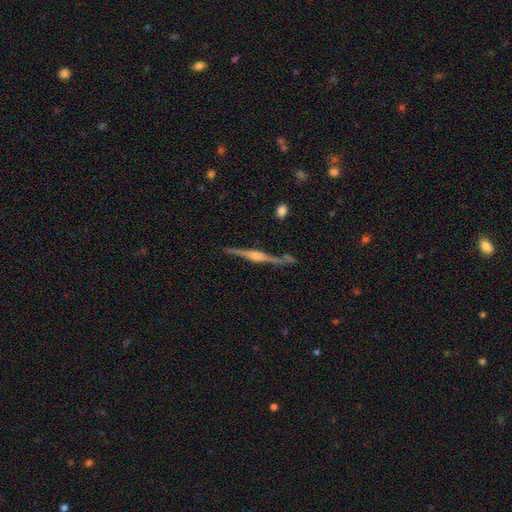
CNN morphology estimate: Q: Smooth or featured?
A: featured or disk (86%); runner-up: smooth (8%)
Q: Edge-on disk?
A: yes (98%); runner-up: no (2%)
Q: Edge-on bulge?
A: rounded (75%); runner-up: boxy (19%)
Q: Merging?
A: none (82%); runner-up: minor disturbance (12%)